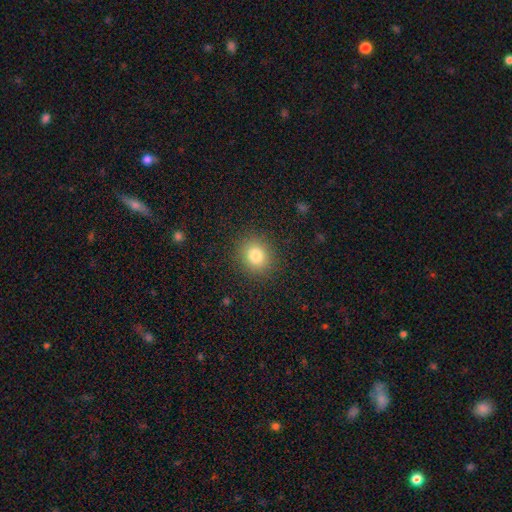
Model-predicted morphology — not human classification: type=smooth (81%); roundness=round (80%); merging=none (89%).